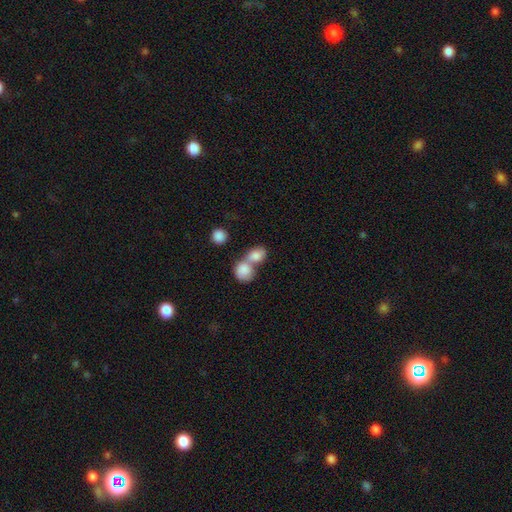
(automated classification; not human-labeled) Smooth or featured: smooth — 83% (featured or disk — 10%)
How rounded: round — 51% (in between — 47%)
Merging: merger — 71% (none — 21%)